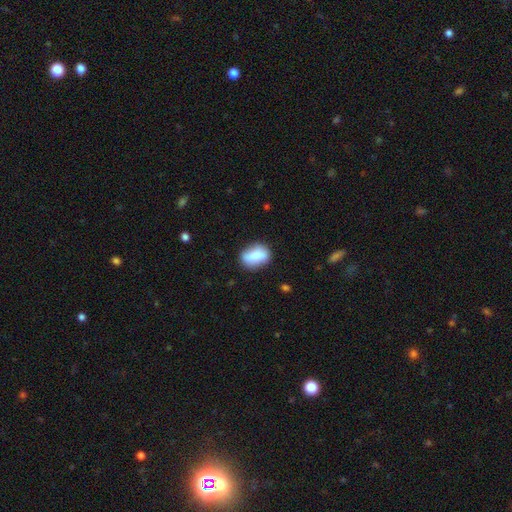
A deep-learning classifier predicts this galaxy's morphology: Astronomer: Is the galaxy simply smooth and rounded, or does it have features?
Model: smooth — 78%.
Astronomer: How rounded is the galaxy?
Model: in between — 75%.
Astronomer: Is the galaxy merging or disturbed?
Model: none — 74%.